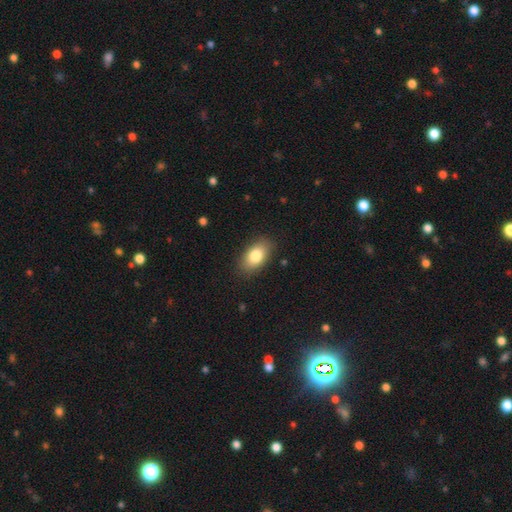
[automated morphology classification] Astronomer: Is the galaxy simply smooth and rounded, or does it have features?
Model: smooth — 81%.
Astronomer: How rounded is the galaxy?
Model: in between — 91%.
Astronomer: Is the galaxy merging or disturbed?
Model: none — 86%.